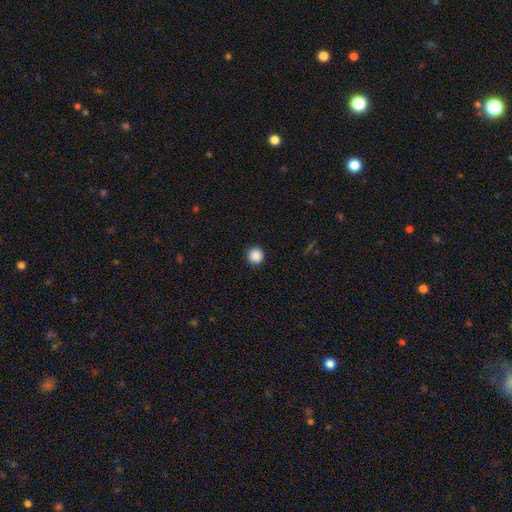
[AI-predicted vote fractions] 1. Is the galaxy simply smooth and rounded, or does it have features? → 88% smooth, 9% star or artifact, 2% featured or disk.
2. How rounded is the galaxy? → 96% round, 3% in between, 1% cigar-shaped.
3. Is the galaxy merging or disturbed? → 92% none, 5% minor disturbance, 2% major disturbance, 1% merger.